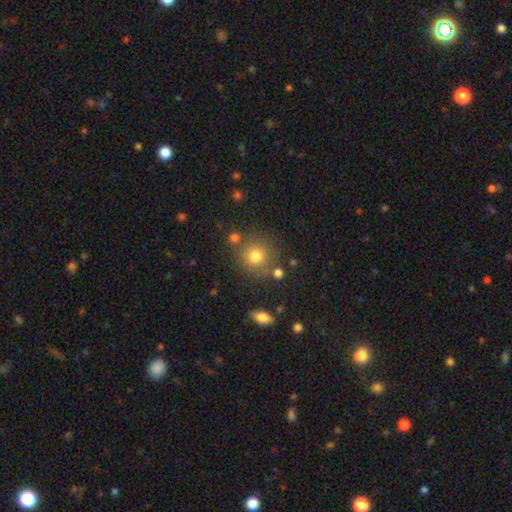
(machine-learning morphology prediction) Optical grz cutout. It shows a smooth galaxy with no disk features (75%) that is round (91%). Merging: none (79%).